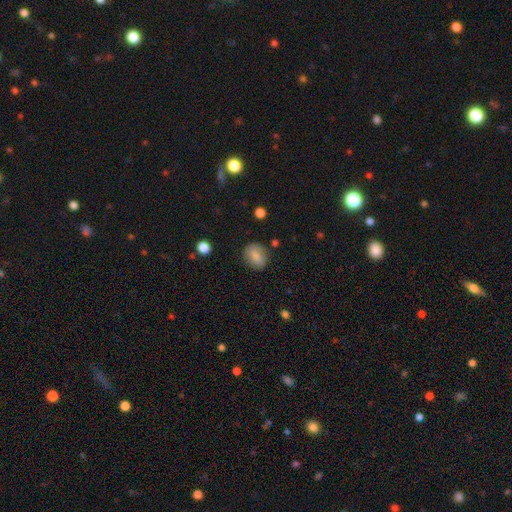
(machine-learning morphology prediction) smooth-or-featured: smooth: 78% | featured or disk: 14% | star or artifact: 8%
  how-rounded: in between: 50% | round: 48% | cigar-shaped: 2%
  merging: none: 80% | minor disturbance: 14% | major disturbance: 4% | merger: 2%